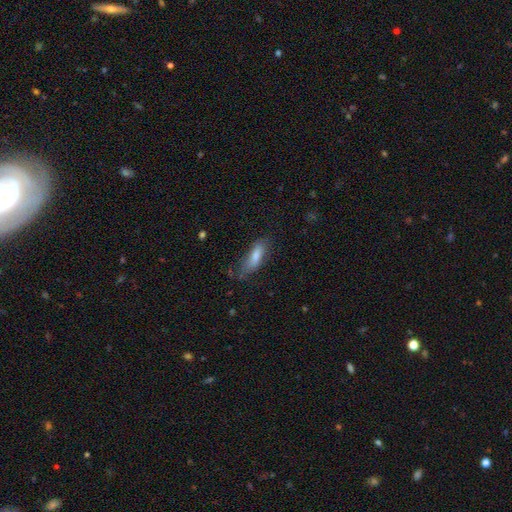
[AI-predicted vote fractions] Q: Smooth or featured?
A: smooth (73%); runner-up: featured or disk (18%)
Q: How rounded?
A: in between (53%); runner-up: cigar-shaped (45%)
Q: Merging?
A: none (58%); runner-up: minor disturbance (28%)